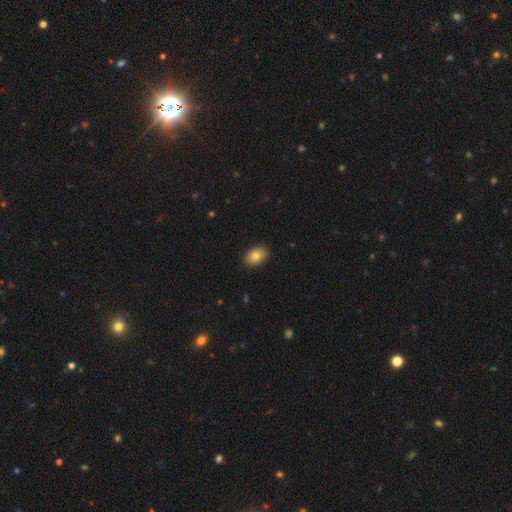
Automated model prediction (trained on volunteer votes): Q: Smooth or featured?
A: smooth (83%); runner-up: featured or disk (9%)
Q: How rounded?
A: in between (84%); runner-up: round (14%)
Q: Merging?
A: none (90%); runner-up: minor disturbance (8%)